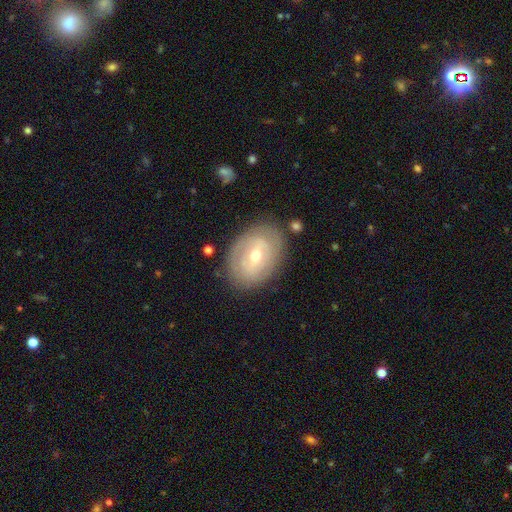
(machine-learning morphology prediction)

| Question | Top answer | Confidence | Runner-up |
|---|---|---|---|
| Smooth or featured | featured or disk | 69% | smooth (25%) |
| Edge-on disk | no | 95% | yes (5%) |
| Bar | weak | 48% | no (35%) |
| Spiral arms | yes | 66% | no (34%) |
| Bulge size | moderate | 49% | small (48%) |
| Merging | none | 80% | minor disturbance (14%) |